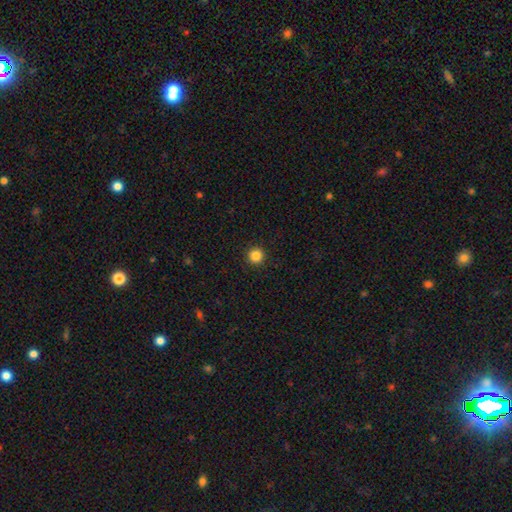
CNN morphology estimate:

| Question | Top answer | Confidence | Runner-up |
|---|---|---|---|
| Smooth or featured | smooth | 85% | star or artifact (11%) |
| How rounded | round | 96% | in between (3%) |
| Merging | none | 93% | minor disturbance (4%) |